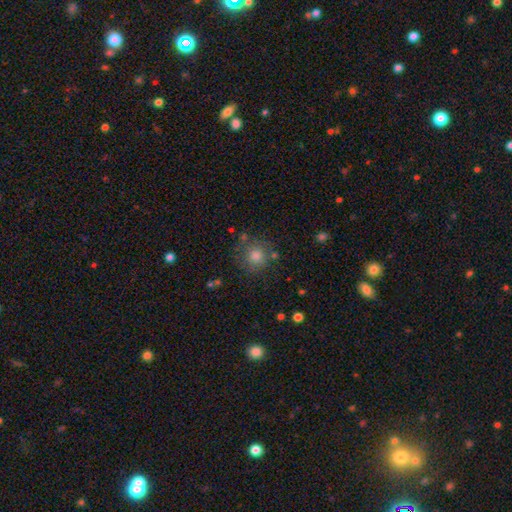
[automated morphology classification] A smooth galaxy with no disk features (74%) that is round (92%). Merging: none (79%).